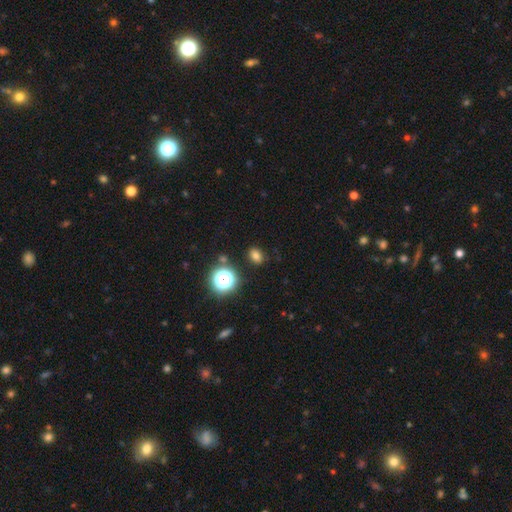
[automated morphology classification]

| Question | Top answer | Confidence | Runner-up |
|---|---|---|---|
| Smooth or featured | smooth | 76% | star or artifact (19%) |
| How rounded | in between | 63% | round (36%) |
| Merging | none | 85% | minor disturbance (10%) |